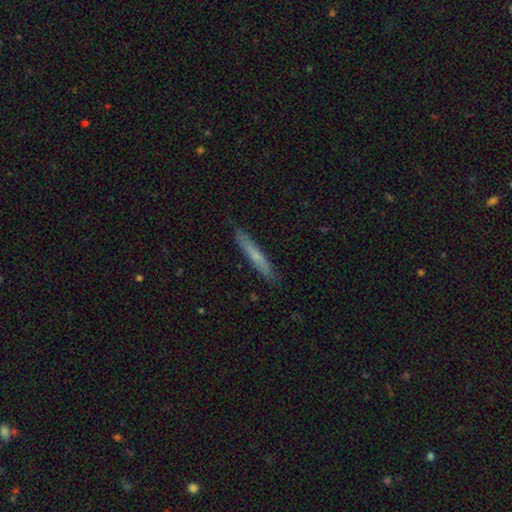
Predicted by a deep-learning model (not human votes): Smooth or featured: smooth — 59% (featured or disk — 35%)
How rounded: cigar-shaped — 95% (in between — 3%)
Merging: none — 89% (minor disturbance — 9%)